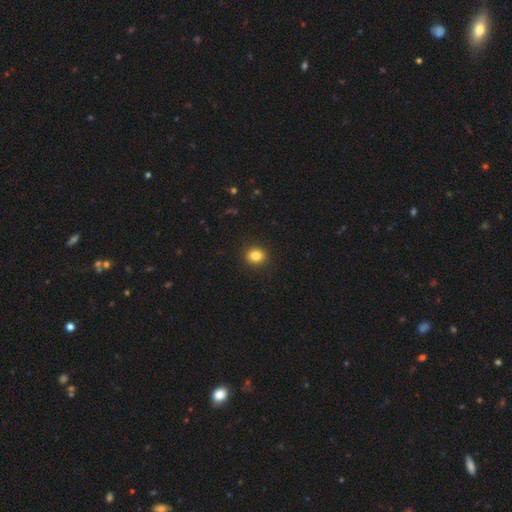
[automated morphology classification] smooth 84%, star or artifact 11%, featured or disk 5%. Down the decision tree: how rounded — round (74%); merging — none (92%).